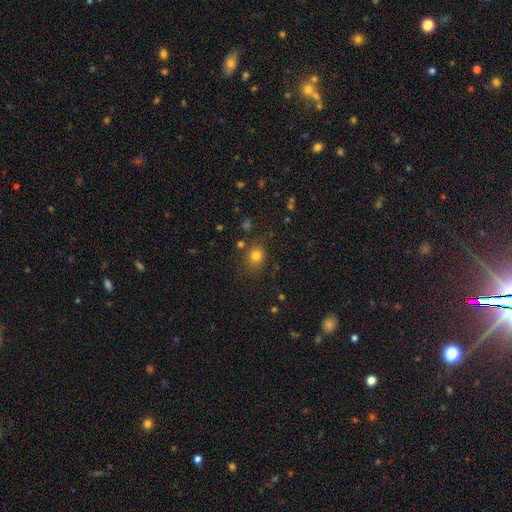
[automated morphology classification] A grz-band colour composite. It shows a smooth galaxy with no disk features (78%) that is round (73%). Merging: none (76%).